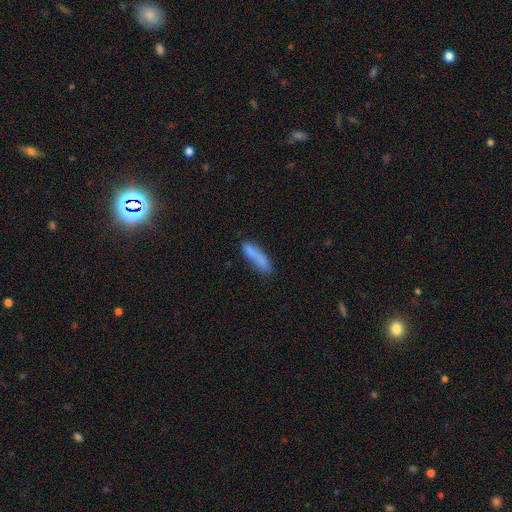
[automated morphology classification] Smooth or featured: smooth — 80% (featured or disk — 12%)
How rounded: cigar-shaped — 80% (in between — 18%)
Merging: none — 67% (minor disturbance — 20%)